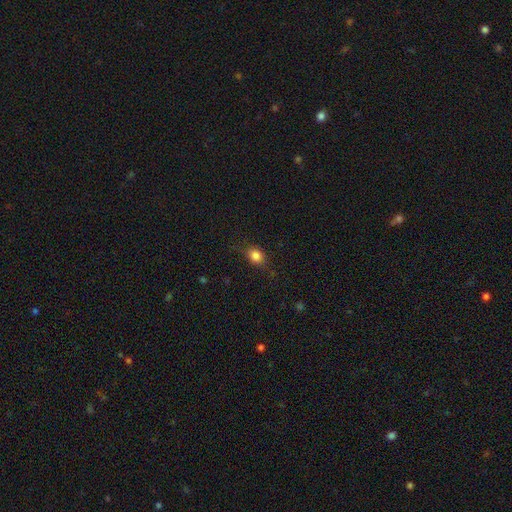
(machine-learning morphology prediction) The model was most divided on "how rounded": round: 50%, in between: 48%, cigar-shaped: 2%. More confident: smooth or featured — smooth (82%); merging — none (76%).